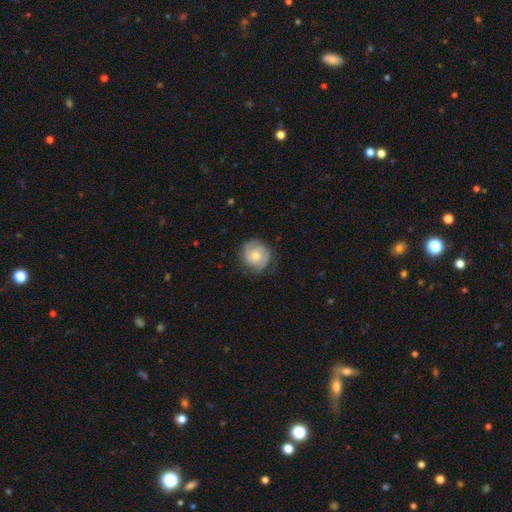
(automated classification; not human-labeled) Smooth or featured? featured or disk (56%)
Edge-on disk? no (98%)
Bar? no (74%)
Spiral arms? yes (86%)
Bulge size? moderate (62%)
Merging? none (72%)